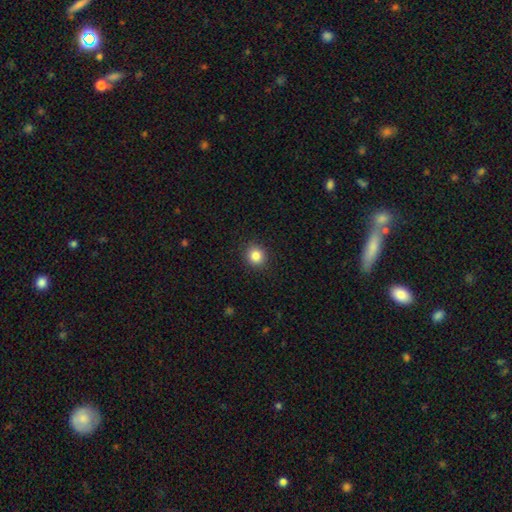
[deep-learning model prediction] The model was most divided on "how rounded": round: 86%, in between: 13%, cigar-shaped: 1%. More confident: merging — none (90%); smooth or featured — smooth (85%).